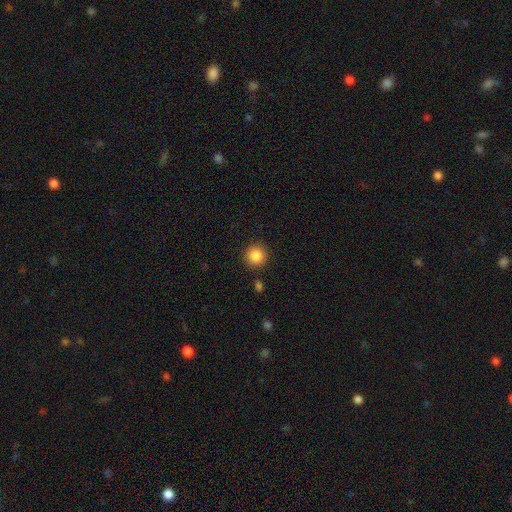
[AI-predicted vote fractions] smooth 87%, star or artifact 9%, featured or disk 4%. Down the decision tree: how rounded — round (94%); merging — none (89%).